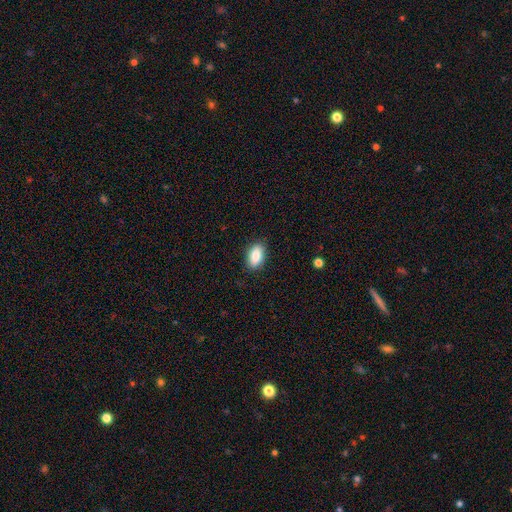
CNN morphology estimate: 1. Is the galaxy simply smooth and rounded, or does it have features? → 86% smooth, 7% featured or disk, 7% star or artifact.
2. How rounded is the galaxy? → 91% in between, 5% round, 4% cigar-shaped.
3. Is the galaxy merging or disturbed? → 87% none, 10% minor disturbance, 2% major disturbance, 1% merger.